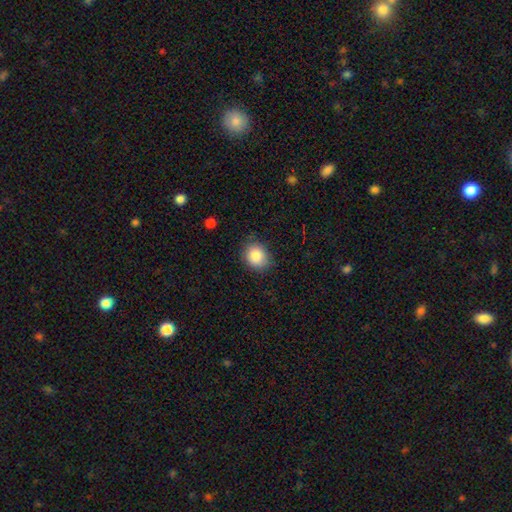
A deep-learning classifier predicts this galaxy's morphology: A smooth galaxy with no disk features (87%) that is round (65%). Merging: none (81%).